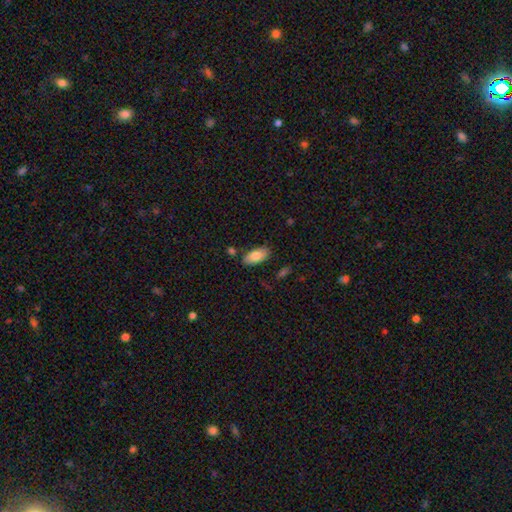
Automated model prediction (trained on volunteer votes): smooth 80%, featured or disk 13%, star or artifact 6%. Down the decision tree: how rounded — in between (94%); merging — none (80%).